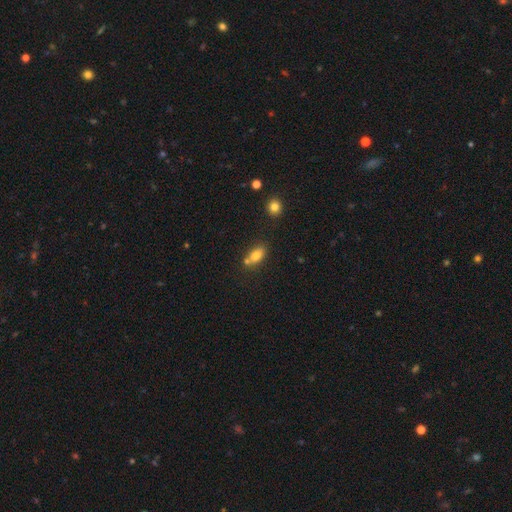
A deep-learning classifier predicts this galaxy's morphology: Smooth or featured: smooth — 79% (featured or disk — 11%)
How rounded: in between — 82% (round — 13%)
Merging: none — 56% (merger — 26%)